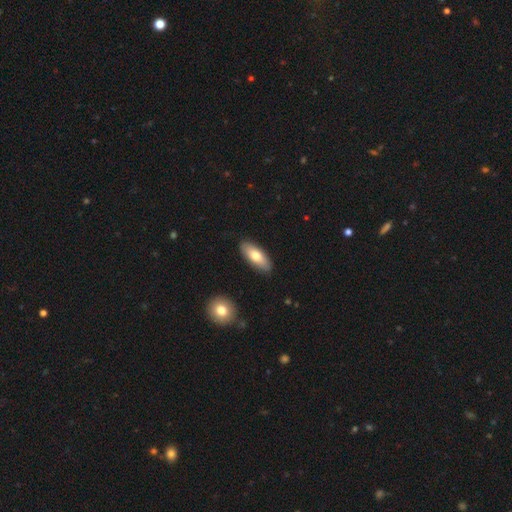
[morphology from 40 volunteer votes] Smooth or featured: smooth — 75% (featured or disk — 20%)
How rounded: in between — 70% (cigar-shaped — 30%)
Merging: none — 82% (minor disturbance — 13%)